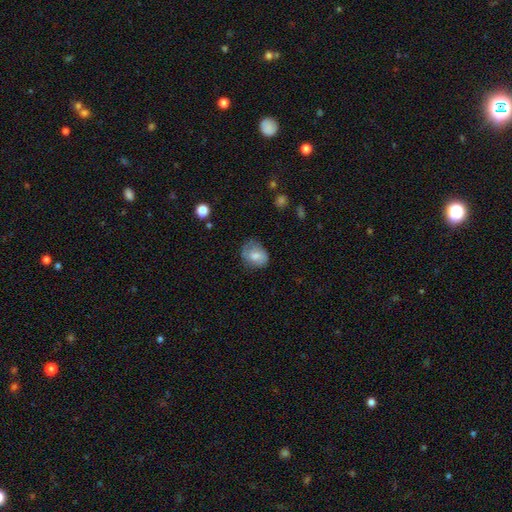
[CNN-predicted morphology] type=smooth (73%); roundness=in between (53%); merging=none (56%).